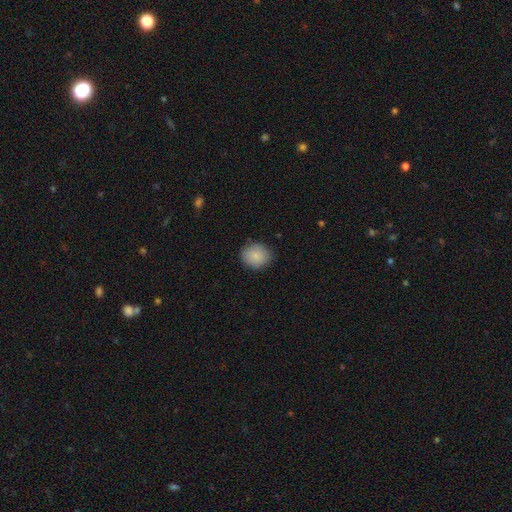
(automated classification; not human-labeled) smooth-or-featured: smooth: 88% | star or artifact: 7% | featured or disk: 5%
  how-rounded: round: 75% | in between: 24% | cigar-shaped: 1%
  merging: none: 85% | minor disturbance: 11% | major disturbance: 3% | merger: 1%